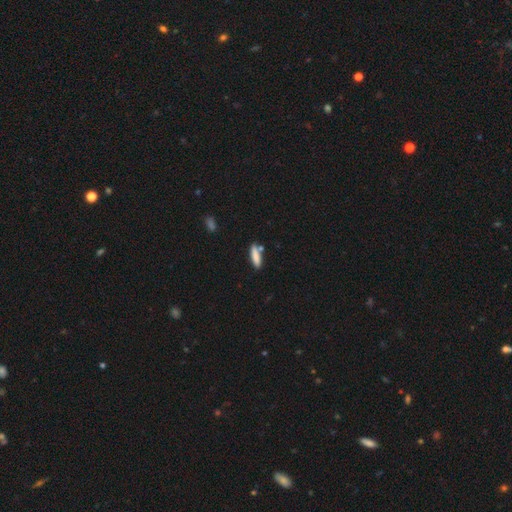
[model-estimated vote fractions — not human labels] Overall: smooth (83%). How rounded: cigar-shaped (71%). Merging: none (71%).